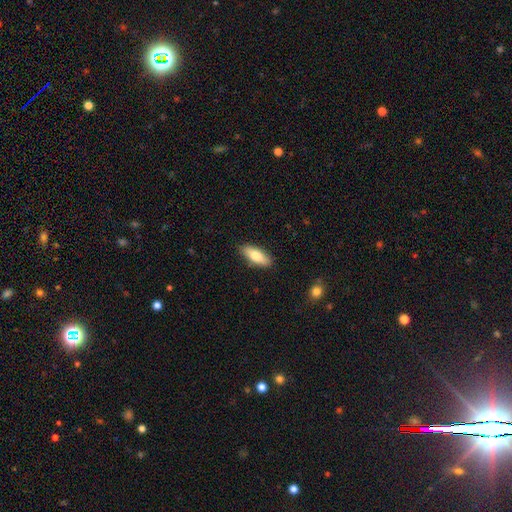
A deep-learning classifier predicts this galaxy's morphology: Q: Smooth or featured?
A: smooth (74%); runner-up: featured or disk (20%)
Q: How rounded?
A: in between (70%); runner-up: cigar-shaped (28%)
Q: Merging?
A: none (87%); runner-up: minor disturbance (10%)